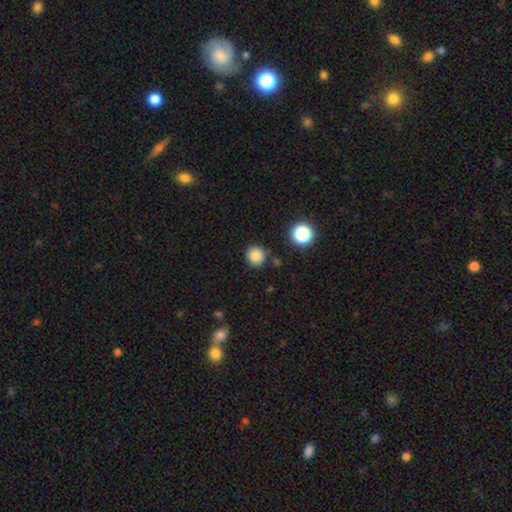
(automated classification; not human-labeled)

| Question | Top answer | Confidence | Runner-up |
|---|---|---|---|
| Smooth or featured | smooth | 84% | star or artifact (13%) |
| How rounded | round | 92% | in between (7%) |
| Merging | none | 83% | minor disturbance (9%) |